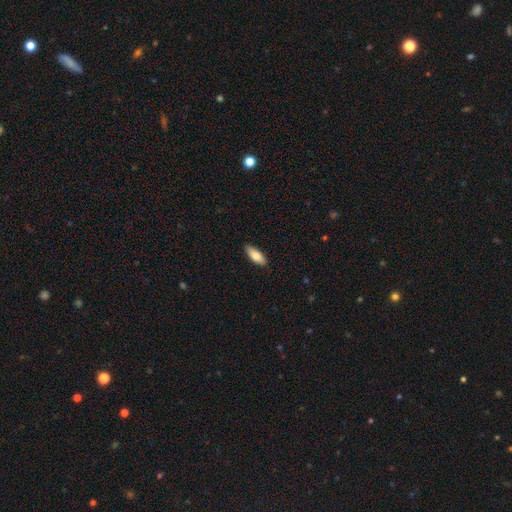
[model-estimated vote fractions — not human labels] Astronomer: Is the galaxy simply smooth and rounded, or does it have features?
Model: smooth — 78%.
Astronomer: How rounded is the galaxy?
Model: in between — 75%.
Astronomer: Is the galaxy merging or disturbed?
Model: none — 88%.